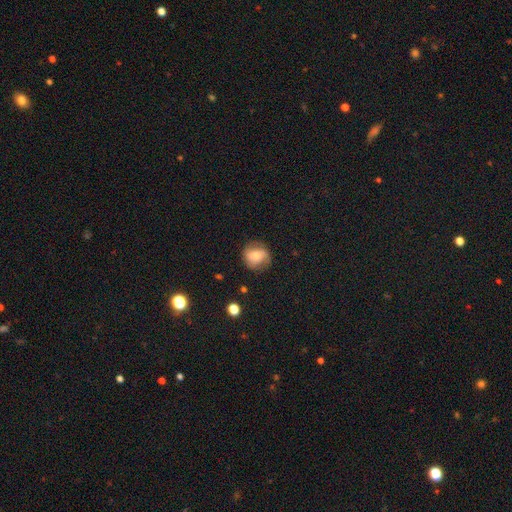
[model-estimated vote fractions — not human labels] Smooth or featured? smooth (54%)
How rounded? round (78%)
Merging? none (77%)